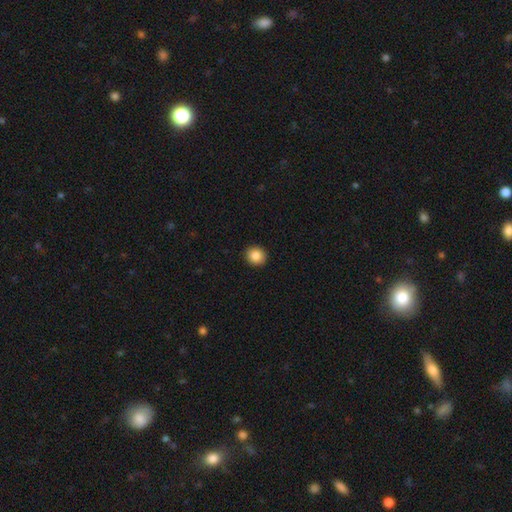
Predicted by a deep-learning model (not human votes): A smooth galaxy with no disk features (86%) that is round (87%).

Vote fractions:
- Smooth or featured? smooth: 86% / star or artifact: 9% / featured or disk: 5%
- How rounded? round: 87% / in between: 12% / cigar-shaped: 1%
- Merging? none: 93% / minor disturbance: 5% / major disturbance: 1% / merger: 1%